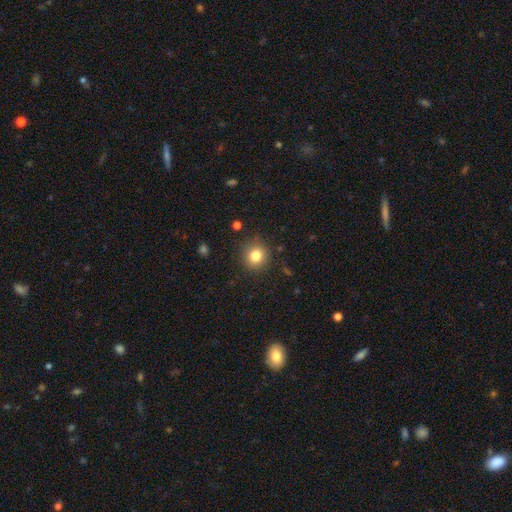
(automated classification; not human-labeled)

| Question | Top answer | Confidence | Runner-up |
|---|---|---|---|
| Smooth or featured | smooth | 82% | star or artifact (11%) |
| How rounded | round | 91% | in between (8%) |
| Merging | none | 89% | minor disturbance (8%) |